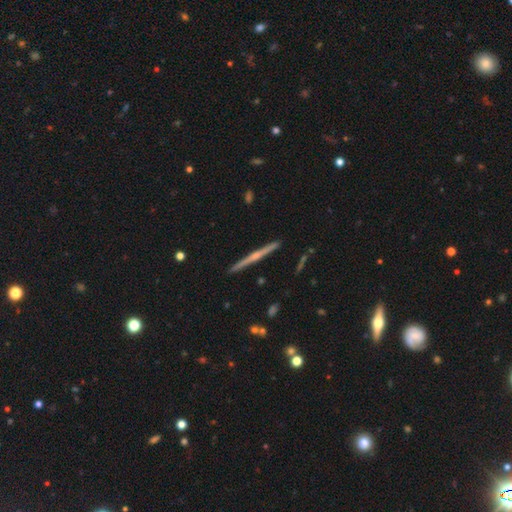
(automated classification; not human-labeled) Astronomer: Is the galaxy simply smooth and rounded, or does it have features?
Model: featured or disk — 76%.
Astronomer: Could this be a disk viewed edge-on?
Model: yes — 98%.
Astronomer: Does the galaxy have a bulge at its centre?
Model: rounded — 68%.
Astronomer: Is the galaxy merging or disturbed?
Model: none — 92%.